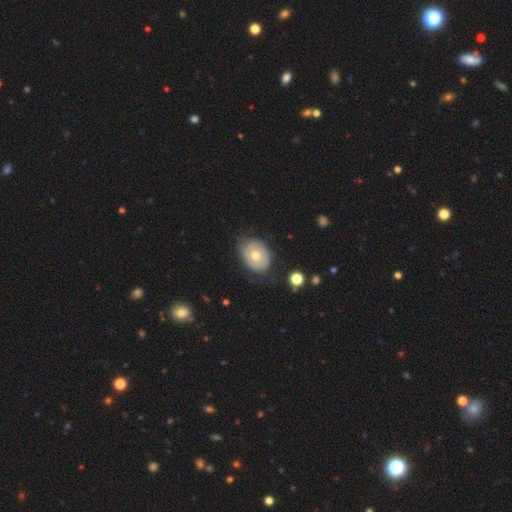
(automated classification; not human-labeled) This appears to be a smooth galaxy with no disk features (54%) that is in between round and cigar-shaped (61%). Merging: none (69%).